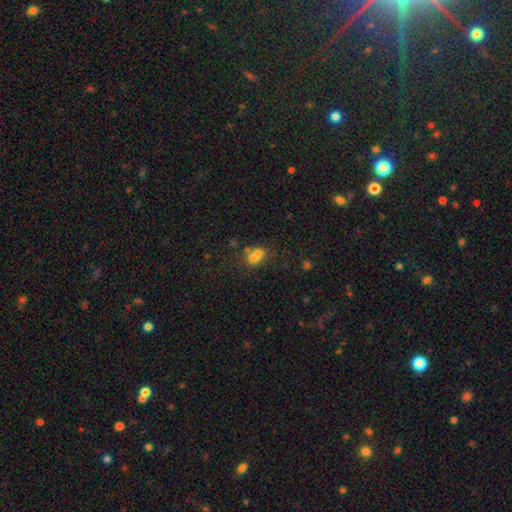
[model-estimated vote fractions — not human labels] Q: Smooth or featured?
A: smooth (64%); runner-up: featured or disk (19%)
Q: How rounded?
A: in between (51%); runner-up: round (47%)
Q: Merging?
A: merger (53%); runner-up: none (31%)